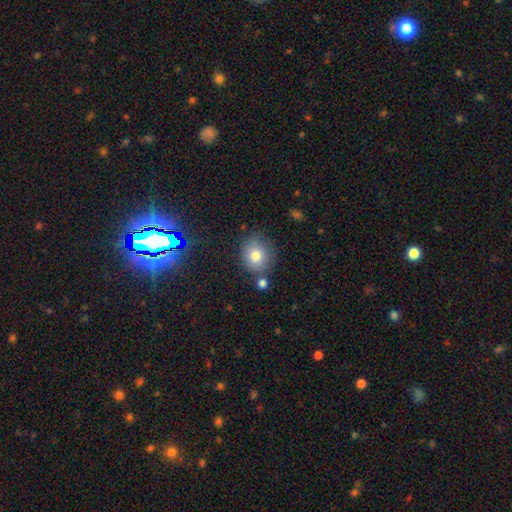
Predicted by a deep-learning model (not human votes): Smooth or featured? smooth (78%)
How rounded? round (81%)
Merging? none (73%)